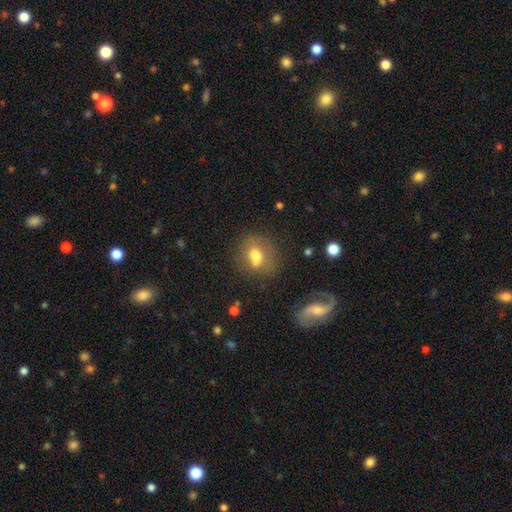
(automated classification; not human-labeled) Smooth or featured? Predicted: smooth (p=0.66). How rounded? Predicted: in between (p=0.54). Merging? Predicted: none (p=0.62).